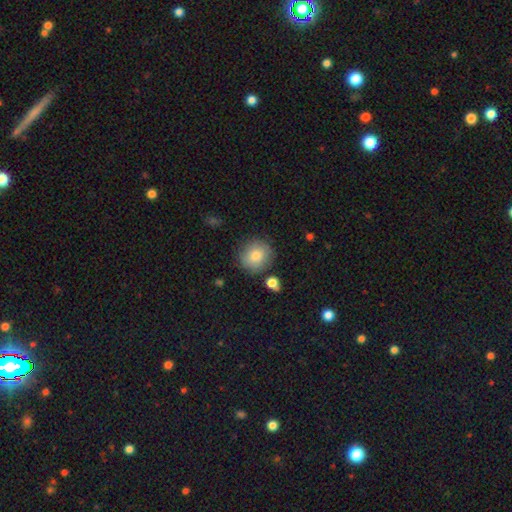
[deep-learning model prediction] This appears to be a smooth galaxy with no disk features (80%) that is round (87%). Merging: none (82%).